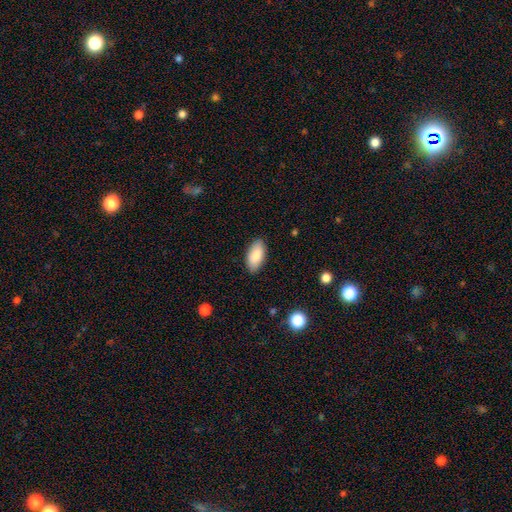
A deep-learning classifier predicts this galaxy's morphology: The model was most divided on "smooth or featured": smooth: 85%, featured or disk: 9%, star or artifact: 6%. More confident: how rounded — in between (93%); merging — none (87%).